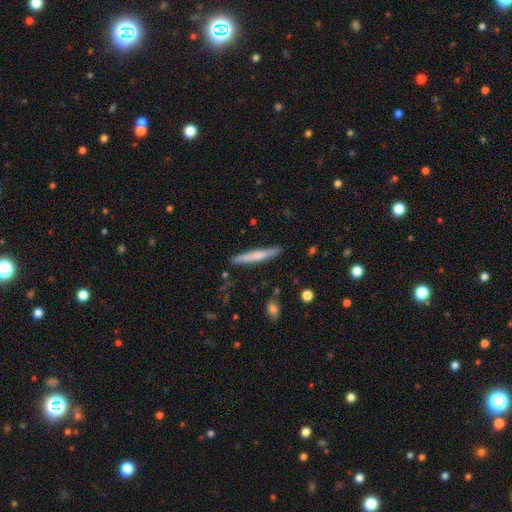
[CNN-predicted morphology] A smooth galaxy with no disk features (58%) that is cigar-shaped (95%).

Vote fractions:
- Smooth or featured? smooth: 58% / featured or disk: 36% / star or artifact: 6%
- How rounded? cigar-shaped: 95% / in between: 3% / round: 1%
- Merging? none: 87% / minor disturbance: 9% / major disturbance: 2% / merger: 2%